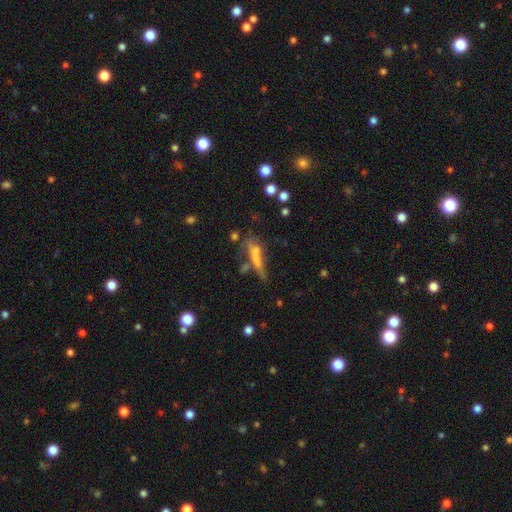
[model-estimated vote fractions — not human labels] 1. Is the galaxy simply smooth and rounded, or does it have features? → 50% smooth, 36% featured or disk, 14% star or artifact.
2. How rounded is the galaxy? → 72% cigar-shaped, 24% in between, 5% round.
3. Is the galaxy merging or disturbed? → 34% none, 24% merger, 23% major disturbance, 19% minor disturbance.